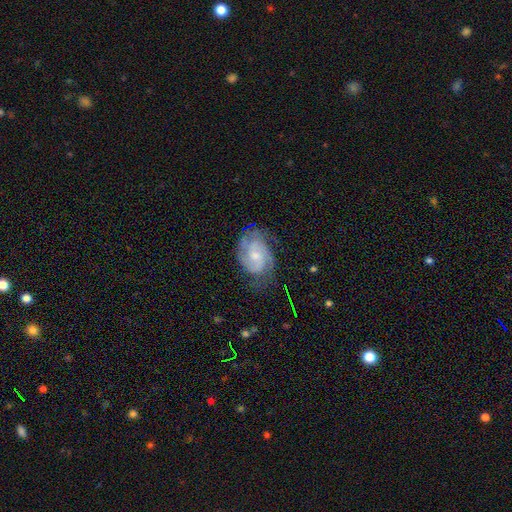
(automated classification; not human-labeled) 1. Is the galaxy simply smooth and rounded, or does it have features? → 80% featured or disk, 14% smooth, 6% star or artifact.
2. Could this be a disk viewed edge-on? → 98% no, 2% yes.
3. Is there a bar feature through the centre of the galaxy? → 62% no, 33% weak, 5% strong.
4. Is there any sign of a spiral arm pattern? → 94% yes, 6% no.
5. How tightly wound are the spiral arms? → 48% tight, 40% medium, 12% loose.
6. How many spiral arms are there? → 45% 2, 23% can't tell, 20% 3, 5% 4, 5% 1, 3% more than 4.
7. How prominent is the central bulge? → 53% small, 39% moderate, 4% none, 3% large, 1% dominant.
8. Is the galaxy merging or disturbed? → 61% none, 24% minor disturbance, 13% major disturbance, 2% merger.